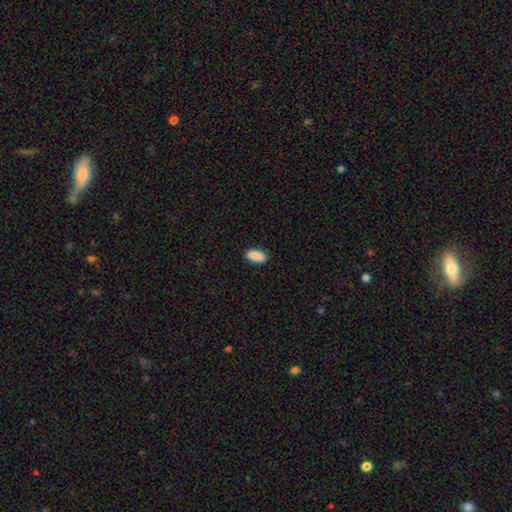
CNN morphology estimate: Overall: smooth (90%). How rounded: in between (88%). Merging: none (86%).